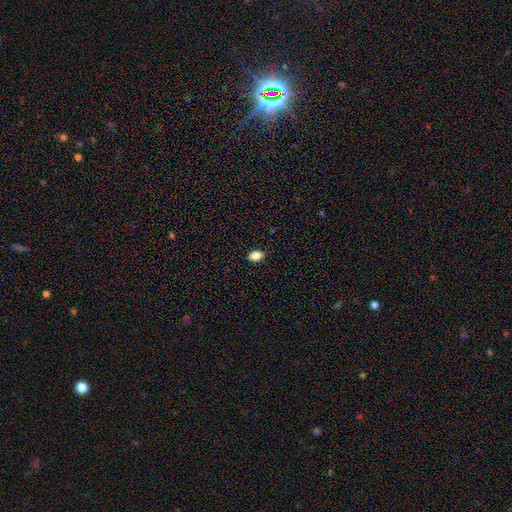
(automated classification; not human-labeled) Overall: smooth (85%). How rounded: in between (86%). Merging: none (88%).